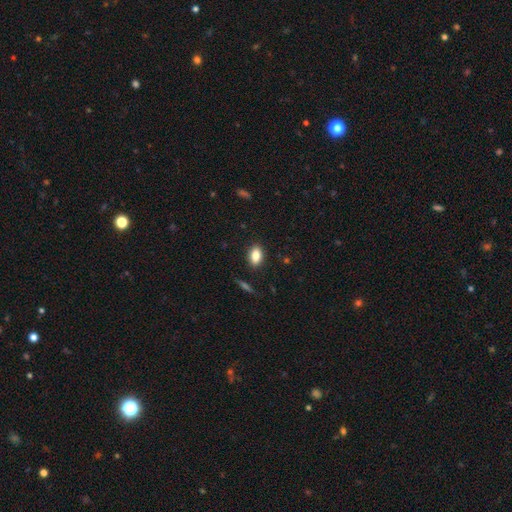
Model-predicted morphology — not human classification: The model was most divided on "smooth or featured": smooth: 83%, star or artifact: 8%, featured or disk: 8%. More confident: merging — none (88%); how rounded — in between (86%).